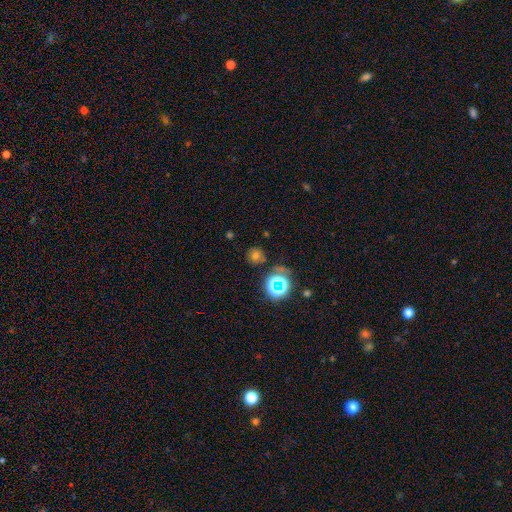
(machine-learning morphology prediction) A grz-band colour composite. It shows a smooth galaxy with no disk features (55%) that is round (89%). Merging: none (78%).